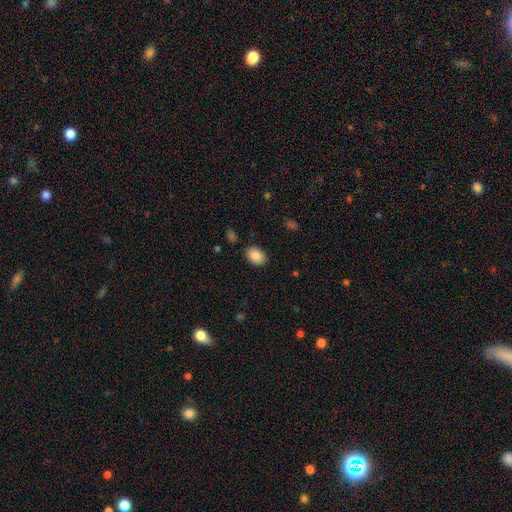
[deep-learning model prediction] This is clearly a smooth galaxy (88%). How rounded: clearly in between (80%). Merging: clearly none (86%).